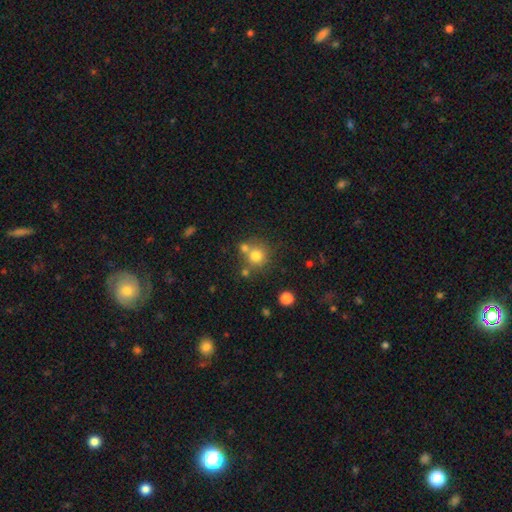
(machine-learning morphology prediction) A smooth galaxy with no disk features (77%) that is round (90%).

Vote fractions:
- Smooth or featured? smooth: 77% / star or artifact: 13% / featured or disk: 10%
- How rounded? round: 90% / in between: 9% / cigar-shaped: 1%
- Merging? none: 60% / merger: 26% / minor disturbance: 10% / major disturbance: 4%